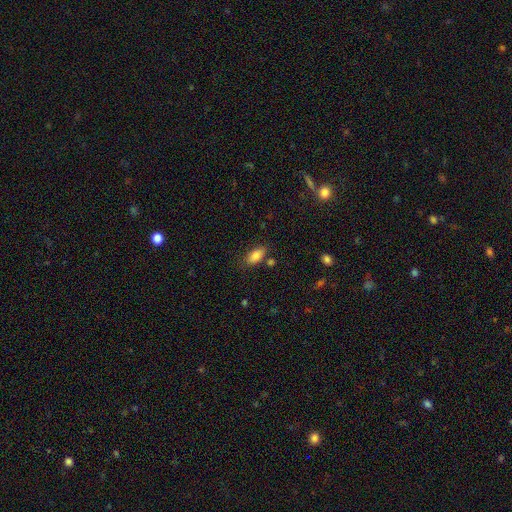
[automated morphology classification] smooth-or-featured: smooth: 85% | star or artifact: 8% | featured or disk: 7%
  how-rounded: in between: 89% | cigar-shaped: 7% | round: 4%
  merging: none: 76% | minor disturbance: 14% | merger: 6% | major disturbance: 4%